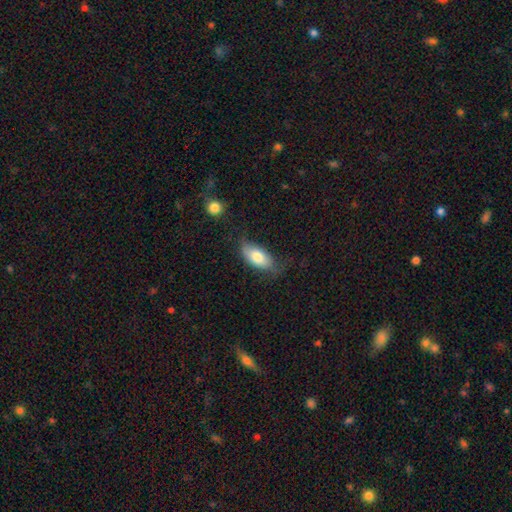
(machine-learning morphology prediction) smooth_or_featured: smooth (p=0.77) [alt: featured or disk p=0.16]
how_rounded: in between (p=0.90) [alt: cigar-shaped p=0.07]
merging: none (p=0.59) [alt: minor disturbance p=0.29]